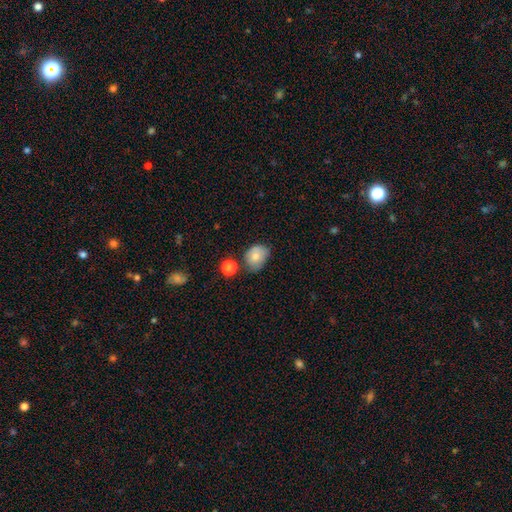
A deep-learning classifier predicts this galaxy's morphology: Smooth or featured?
  - smooth: 76% *
  - featured or disk: 14%
  - star or artifact: 10%
How rounded?
  - in between: 53% *
  - round: 46%
  - cigar-shaped: 1%
Merging?
  - none: 56% *
  - minor disturbance: 29%
  - merger: 9%
  - major disturbance: 7%